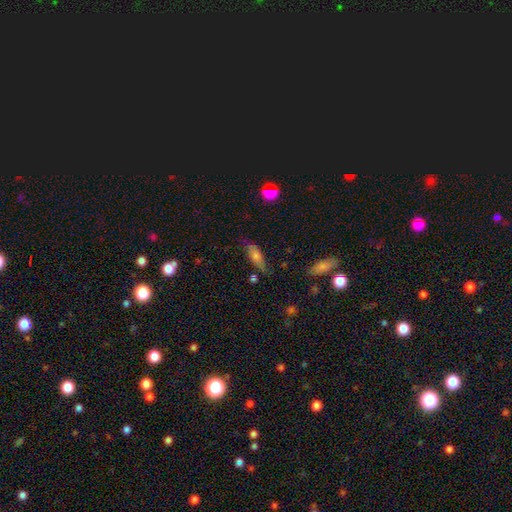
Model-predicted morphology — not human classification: smooth-or-featured: smooth: 56% | featured or disk: 34% | star or artifact: 10%
  how-rounded: in between: 53% | cigar-shaped: 44% | round: 3%
  merging: none: 70% | minor disturbance: 21% | major disturbance: 5% | merger: 3%